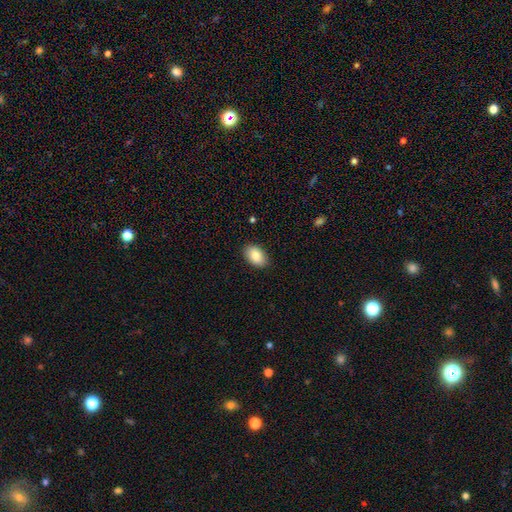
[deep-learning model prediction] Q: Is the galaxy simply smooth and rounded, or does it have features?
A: smooth — 86%.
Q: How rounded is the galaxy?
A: in between — 91%.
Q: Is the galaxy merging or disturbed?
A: none — 88%.